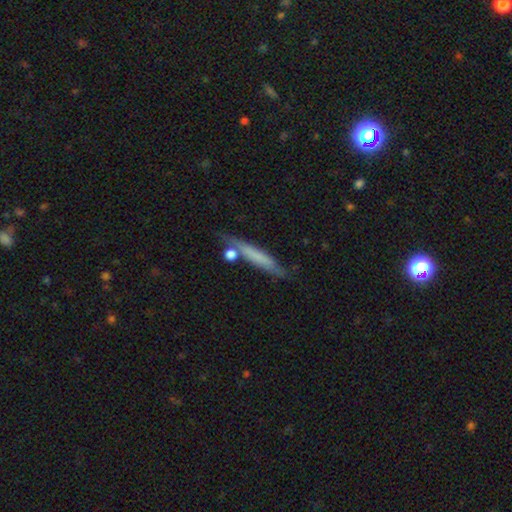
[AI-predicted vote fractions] This is possibly a smooth galaxy (58%). How rounded: clearly cigar-shaped (90%). Merging: likely none (66%).